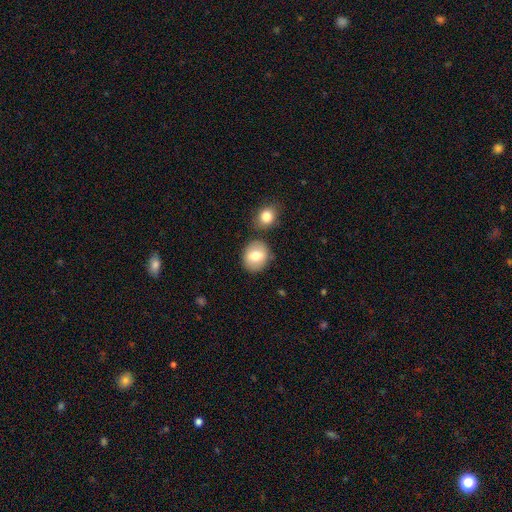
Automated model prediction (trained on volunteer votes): smooth-or-featured: smooth: 76% | featured or disk: 16% | star or artifact: 8%
  how-rounded: round: 69% | in between: 30% | cigar-shaped: 1%
  merging: none: 76% | merger: 11% | minor disturbance: 11% | major disturbance: 3%